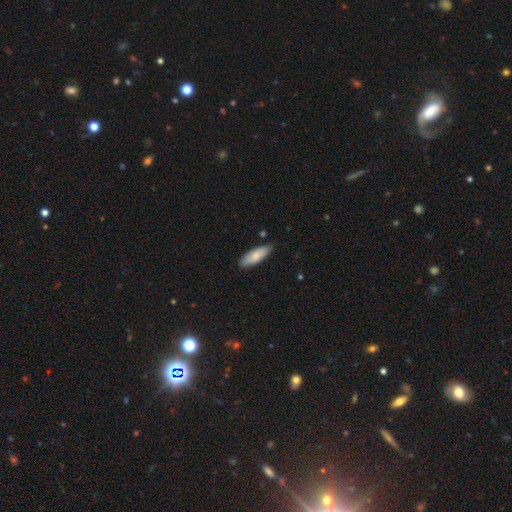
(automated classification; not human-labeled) Overall: smooth (82%). How rounded: in between (65%; cigar-shaped 33%). Merging: none (82%).